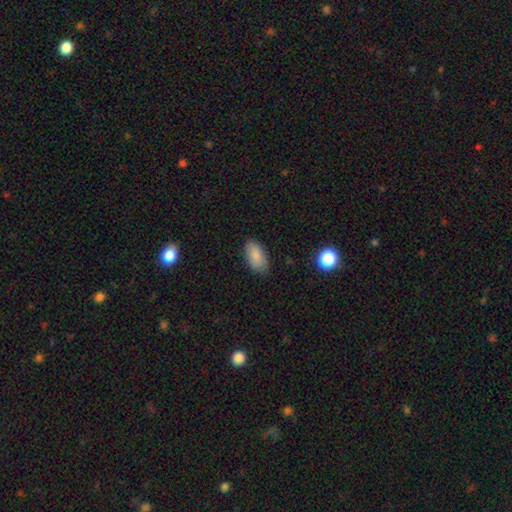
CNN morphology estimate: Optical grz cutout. It shows a smooth galaxy with no disk features (87%) that is in between round and cigar-shaped (93%). Merging: none (84%).